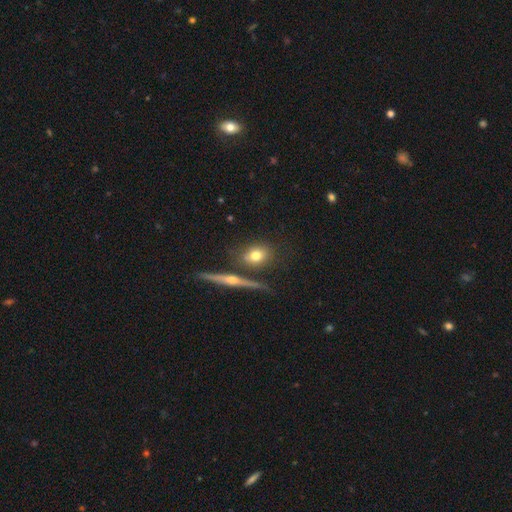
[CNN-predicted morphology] A smooth galaxy with no disk features (68%) that is round (52%).

Vote fractions:
- Smooth or featured? smooth: 68% / featured or disk: 22% / star or artifact: 10%
- How rounded? round: 52% / in between: 41% / cigar-shaped: 7%
- Merging? none: 70% / merger: 13% / minor disturbance: 12% / major disturbance: 4%